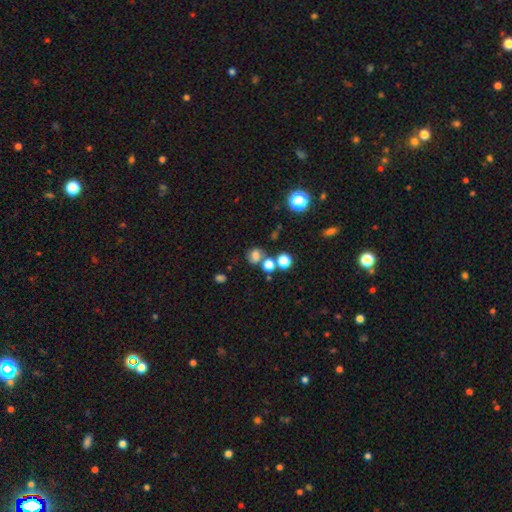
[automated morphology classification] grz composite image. It shows a smooth galaxy with no disk features (66%) that is round (69%). Merging: none (60%).